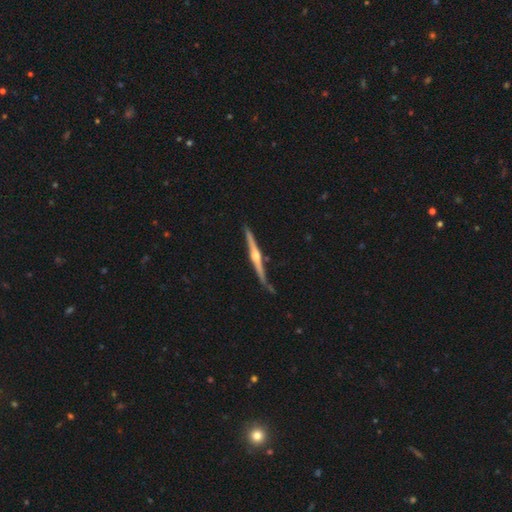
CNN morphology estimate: Smooth or featured? featured or disk (83%)
Edge-on disk? yes (98%)
Edge-on bulge? rounded (92%)
Merging? none (83%)